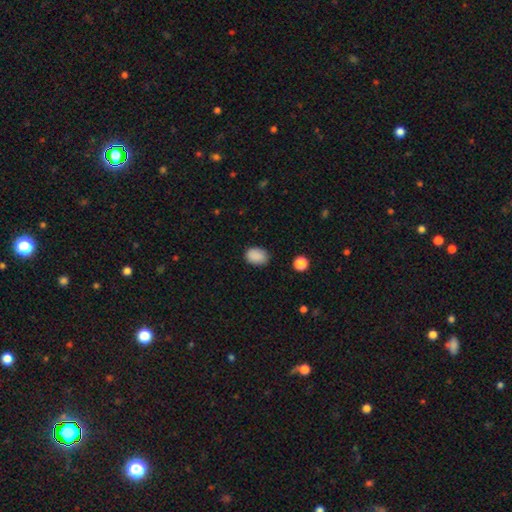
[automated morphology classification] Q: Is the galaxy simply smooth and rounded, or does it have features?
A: smooth — 88%.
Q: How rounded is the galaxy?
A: in between — 71%.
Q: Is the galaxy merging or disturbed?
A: none — 81%.